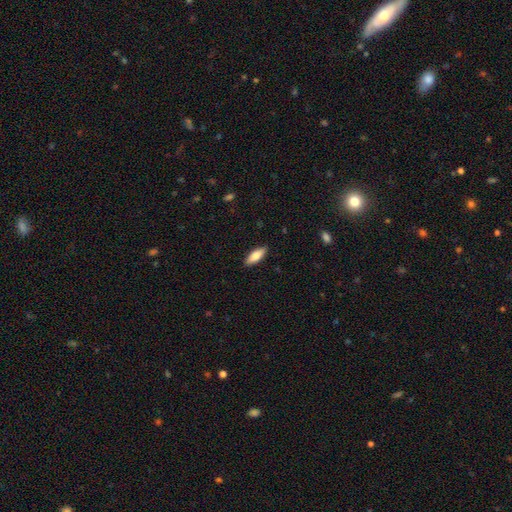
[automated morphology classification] A smooth galaxy with no disk features (78%) that is in between round and cigar-shaped (63%).

Vote fractions:
- Smooth or featured? smooth: 78% / featured or disk: 16% / star or artifact: 6%
- How rounded? in between: 63% / cigar-shaped: 35% / round: 2%
- Merging? none: 89% / minor disturbance: 8% / major disturbance: 2% / merger: 1%